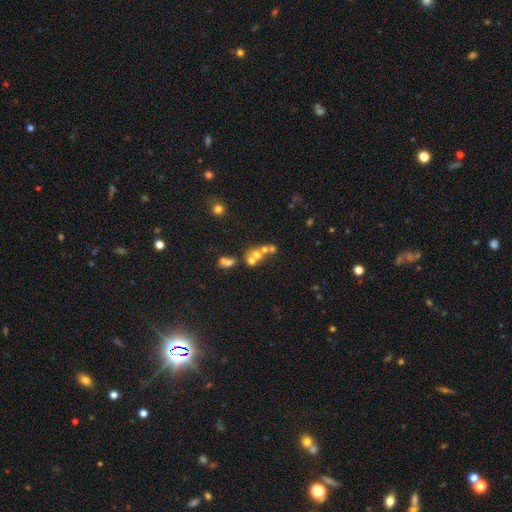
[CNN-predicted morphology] type=smooth (44%); merging=merger (50%).